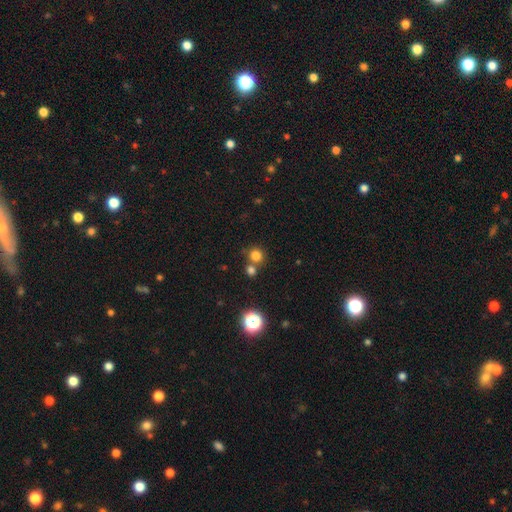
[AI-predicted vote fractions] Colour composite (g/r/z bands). It shows a smooth galaxy with no disk features (78%) that is round (90%). Merging: none (63%).